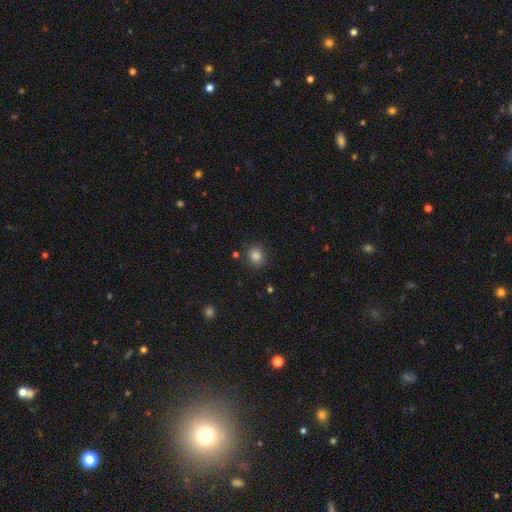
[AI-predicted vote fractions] Q: Smooth or featured?
A: smooth (84%); runner-up: star or artifact (11%)
Q: How rounded?
A: round (83%); runner-up: in between (16%)
Q: Merging?
A: none (86%); runner-up: minor disturbance (8%)